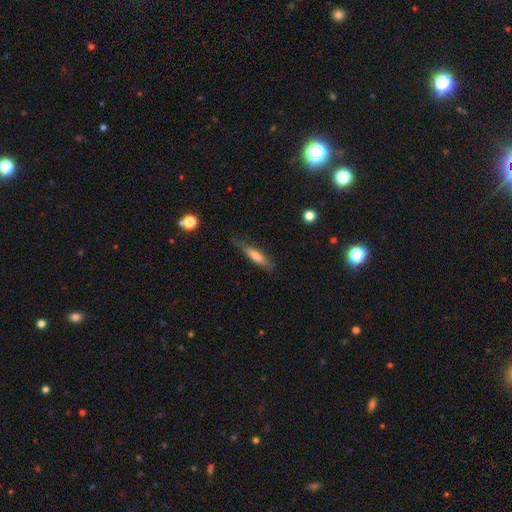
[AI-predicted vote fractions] smooth_or_featured: smooth (p=0.61) [alt: featured or disk p=0.32]
how_rounded: cigar-shaped (p=0.77) [alt: in between p=0.21]
merging: none (p=0.69) [alt: minor disturbance p=0.23]